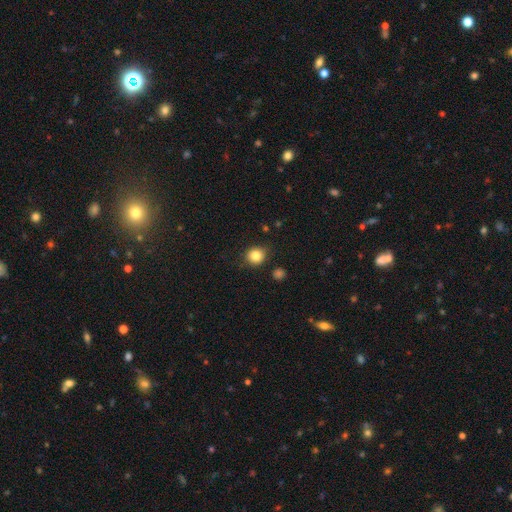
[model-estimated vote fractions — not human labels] A smooth galaxy with no disk features (83%) that is round (85%).

Vote fractions:
- Smooth or featured? smooth: 83% / star or artifact: 11% / featured or disk: 6%
- How rounded? round: 85% / in between: 14% / cigar-shaped: 1%
- Merging? none: 85% / minor disturbance: 11% / major disturbance: 3% / merger: 2%